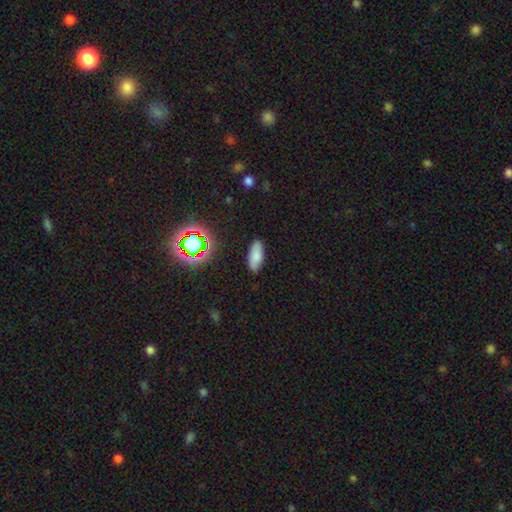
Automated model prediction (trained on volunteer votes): This appears to be a smooth galaxy with no disk features (77%) that is in between round and cigar-shaped (81%). Merging: none (84%).